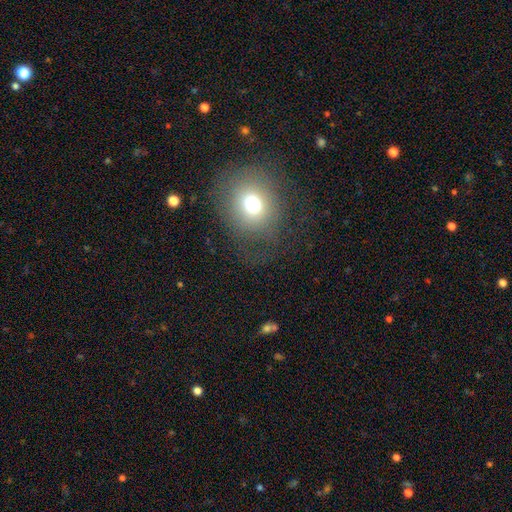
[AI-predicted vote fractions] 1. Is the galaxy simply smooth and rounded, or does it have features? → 63% smooth, 21% star or artifact, 16% featured or disk.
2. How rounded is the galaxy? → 77% round, 22% in between, 1% cigar-shaped.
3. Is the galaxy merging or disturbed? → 77% none, 14% minor disturbance, 7% major disturbance, 2% merger.